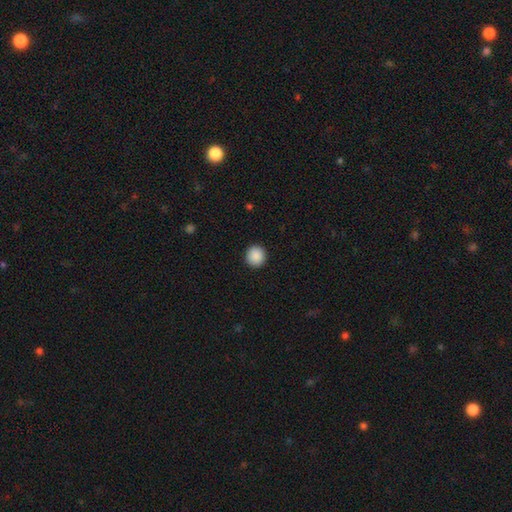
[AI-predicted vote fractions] Smooth or featured? Predicted: smooth (p=0.90). How rounded? Predicted: round (p=0.92). Merging? Predicted: none (p=0.92).